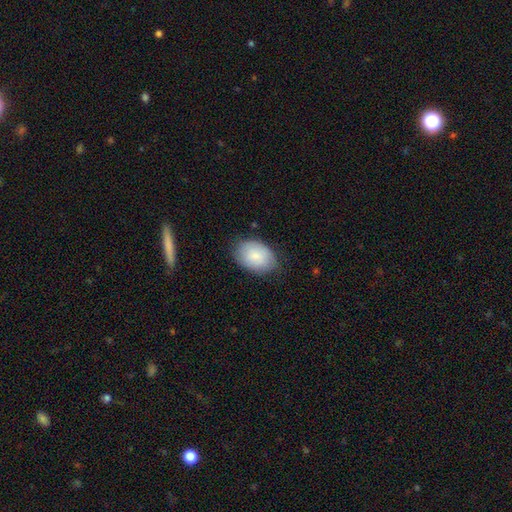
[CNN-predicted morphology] Q: Smooth or featured?
A: smooth (83%); runner-up: featured or disk (11%)
Q: How rounded?
A: in between (83%); runner-up: round (16%)
Q: Merging?
A: none (77%); runner-up: minor disturbance (18%)